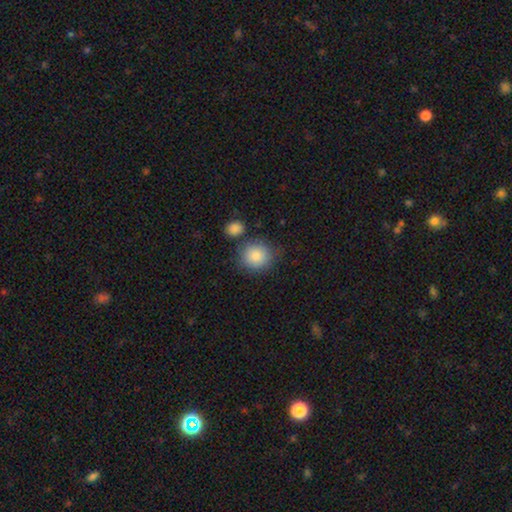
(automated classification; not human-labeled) This appears to be a smooth galaxy with no disk features (85%) that is round (84%). Merging: none (74%).